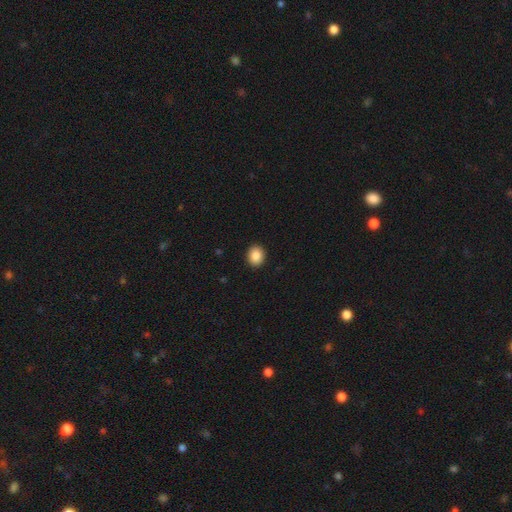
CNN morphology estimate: This appears to be a smooth galaxy with no disk features (88%) that is round (65%). Merging: none (92%).